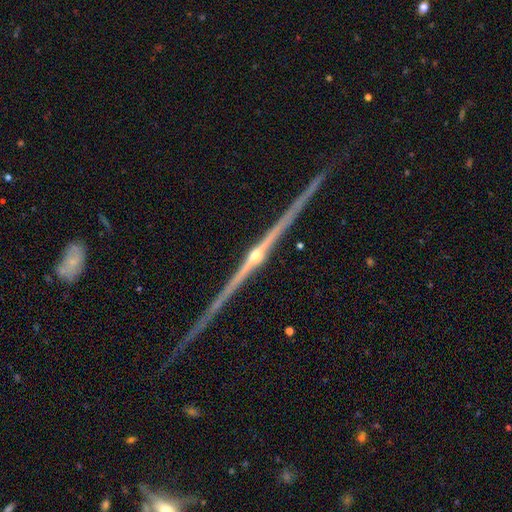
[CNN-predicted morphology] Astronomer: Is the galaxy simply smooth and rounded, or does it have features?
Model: featured or disk — 90%.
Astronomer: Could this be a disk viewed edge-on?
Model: yes — 99%.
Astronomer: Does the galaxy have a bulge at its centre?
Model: rounded — 91%.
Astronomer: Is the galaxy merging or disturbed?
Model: none — 88%.